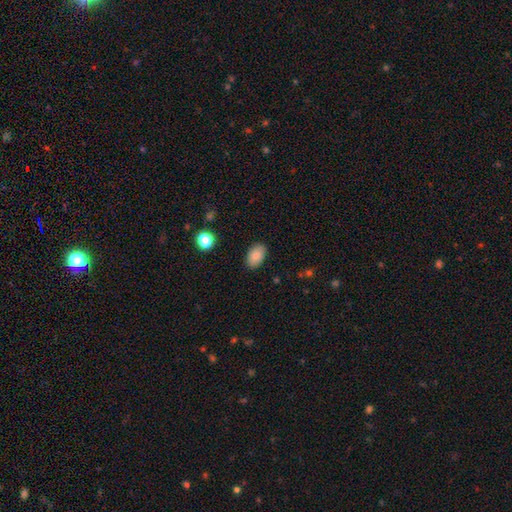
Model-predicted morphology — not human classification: Smooth or featured: smooth — 86% (star or artifact — 8%)
How rounded: in between — 90% (round — 9%)
Merging: none — 87% (minor disturbance — 10%)